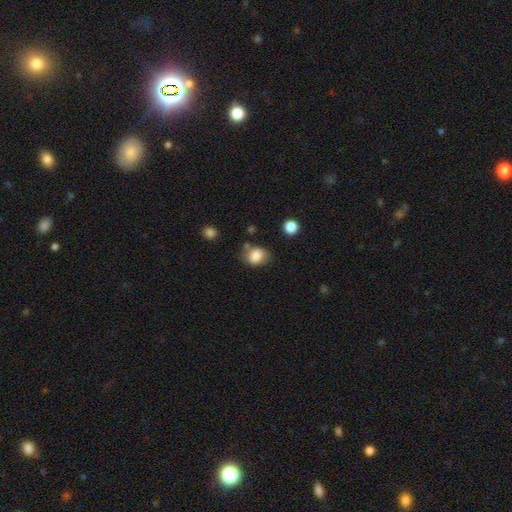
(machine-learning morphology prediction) Q: Smooth or featured?
A: smooth (82%); runner-up: star or artifact (9%)
Q: How rounded?
A: in between (54%); runner-up: round (45%)
Q: Merging?
A: none (62%); runner-up: minor disturbance (24%)